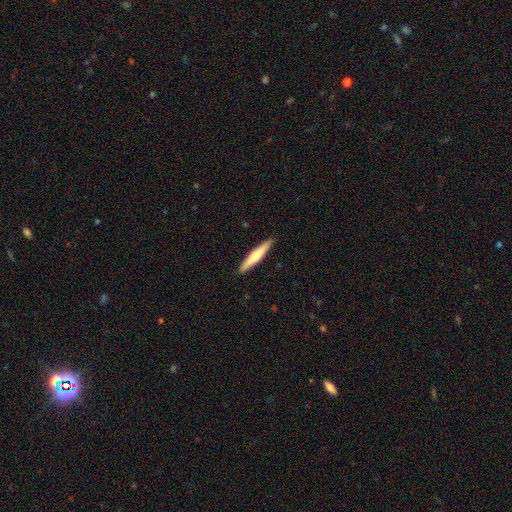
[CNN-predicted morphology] Smooth or featured? smooth (57%)
How rounded? cigar-shaped (92%)
Merging? none (91%)